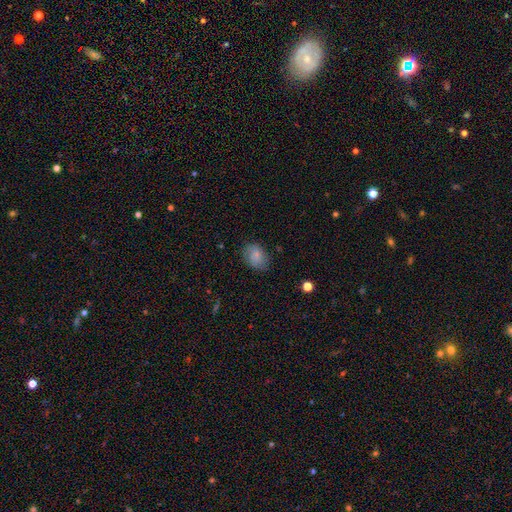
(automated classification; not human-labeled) Q: Smooth or featured?
A: smooth (80%); runner-up: featured or disk (12%)
Q: How rounded?
A: in between (76%); runner-up: round (23%)
Q: Merging?
A: none (79%); runner-up: minor disturbance (16%)